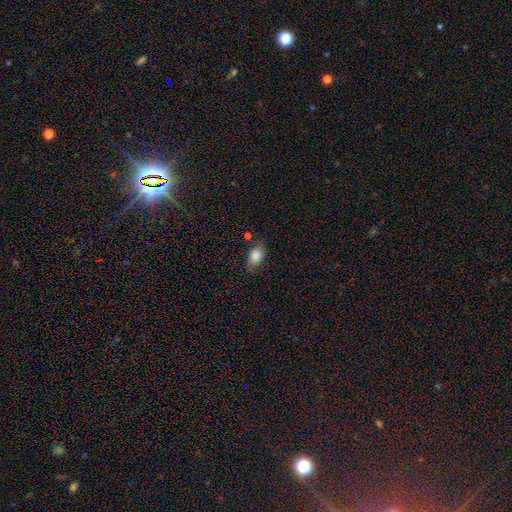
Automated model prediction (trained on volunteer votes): A smooth galaxy with no disk features (83%) that is in between round and cigar-shaped (80%). Merging: none (66%).